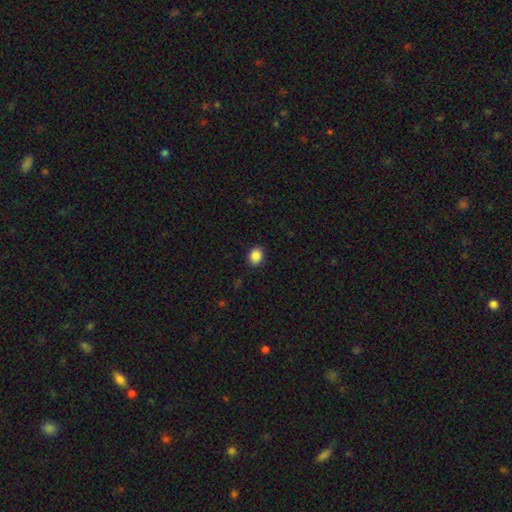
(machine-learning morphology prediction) Smooth or featured? Predicted: smooth (p=0.88). How rounded? Predicted: round (p=0.61). Merging? Predicted: none (p=0.90).